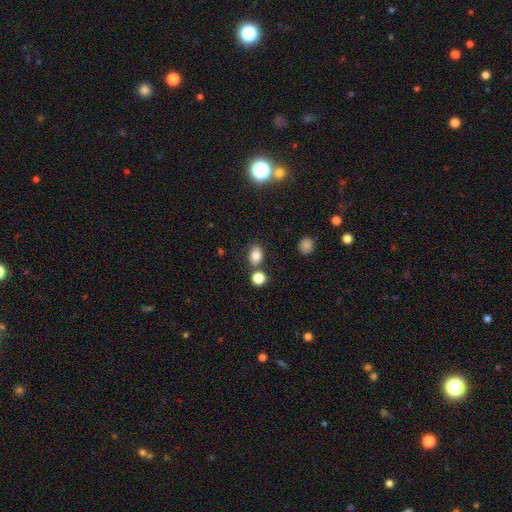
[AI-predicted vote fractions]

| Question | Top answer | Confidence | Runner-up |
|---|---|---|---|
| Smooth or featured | smooth | 80% | star or artifact (12%) |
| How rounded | in between | 73% | round (26%) |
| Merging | none | 71% | merger (14%) |